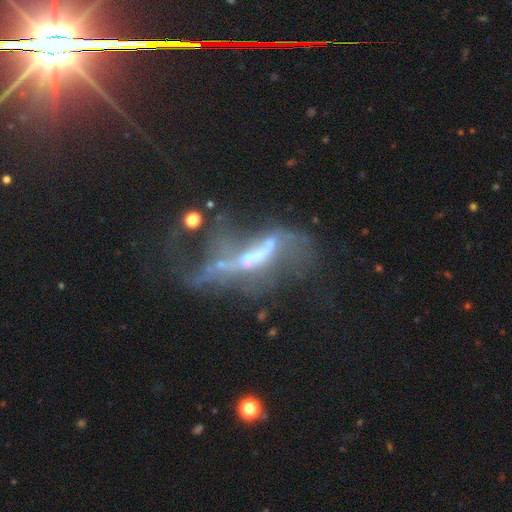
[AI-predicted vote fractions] Smooth or featured? featured or disk (68%)
Edge-on disk? no (76%)
Bar? no (44%)
Spiral arms? no (65%)
Bulge size? none (32%)
Merging? major disturbance (44%)